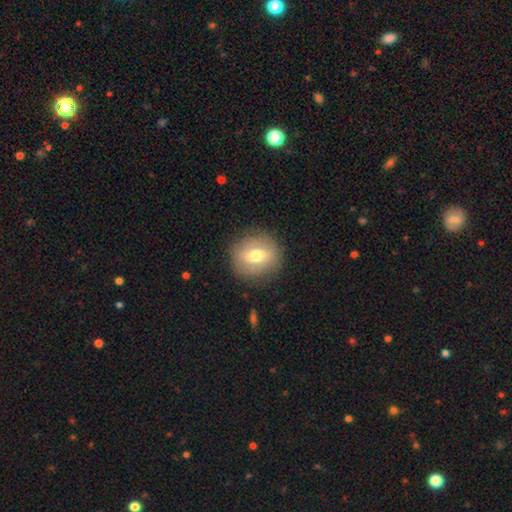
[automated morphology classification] Smooth or featured?
  - smooth: 58% *
  - featured or disk: 34%
  - star or artifact: 8%
How rounded?
  - round: 78% *
  - in between: 21%
  - cigar-shaped: 1%
Merging?
  - none: 84% *
  - minor disturbance: 11%
  - major disturbance: 4%
  - merger: 1%